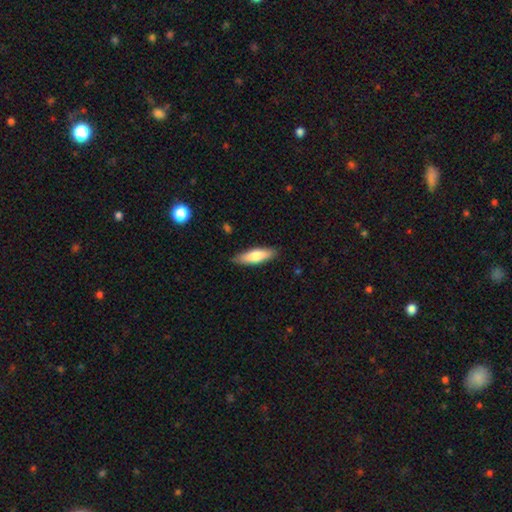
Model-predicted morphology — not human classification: smooth-or-featured: smooth: 73% | featured or disk: 21% | star or artifact: 5%
  how-rounded: cigar-shaped: 54% | in between: 44% | round: 2%
  merging: none: 85% | minor disturbance: 11% | major disturbance: 2% | merger: 1%